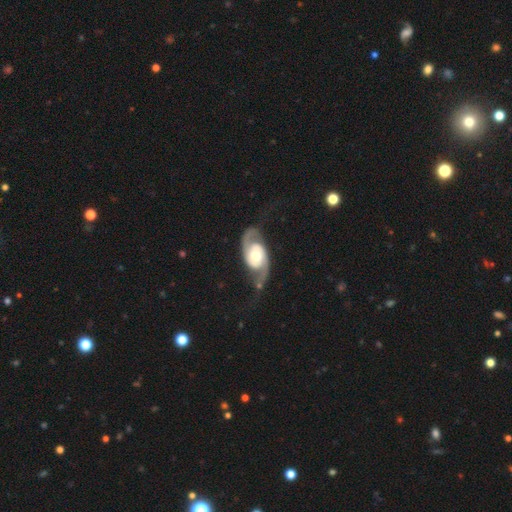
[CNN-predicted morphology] This is clearly a featured or disk galaxy (89%). It is clearly not viewed edge-on (96%). Bar: likely no (64%). Spiral arm pattern: clearly yes (96%). Spiral arm count: clearly 2 (92%). Spiral winding: marginally medium (44%). Central bulge: likely moderate (63%). Merging: likely none (63%).